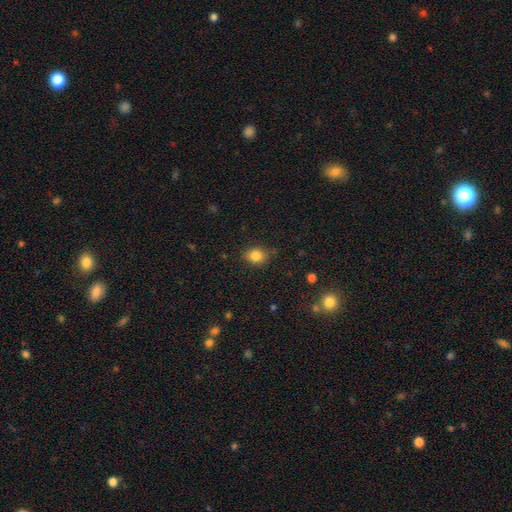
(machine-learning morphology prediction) Overall: smooth (83%). How rounded: round (56%; in between 43%). Merging: none (81%).